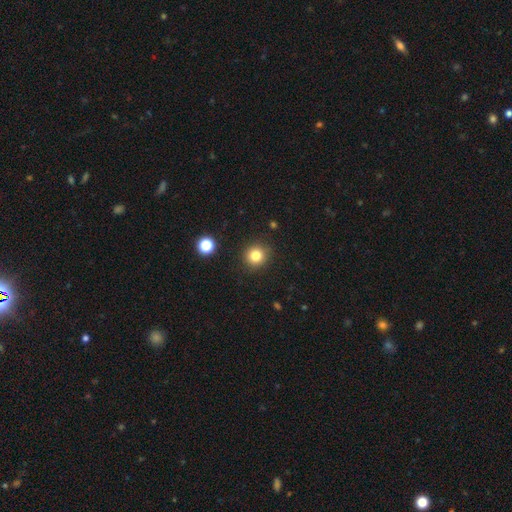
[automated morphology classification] Q: Smooth or featured?
A: smooth (81%); runner-up: star or artifact (13%)
Q: How rounded?
A: round (91%); runner-up: in between (8%)
Q: Merging?
A: none (89%); runner-up: minor disturbance (7%)